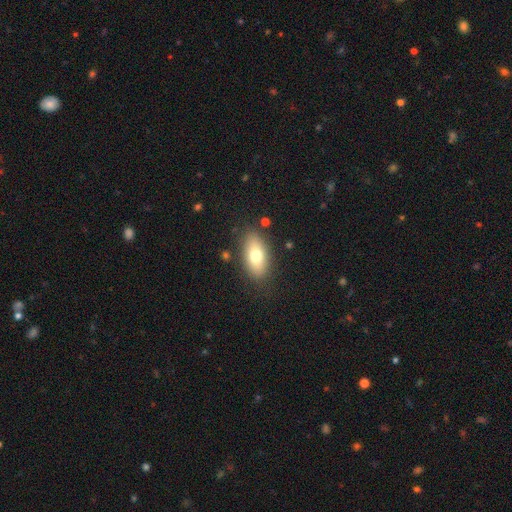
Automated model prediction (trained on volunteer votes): Smooth or featured?
  - smooth: 73% *
  - featured or disk: 20%
  - star or artifact: 8%
How rounded?
  - in between: 88% *
  - cigar-shaped: 7%
  - round: 5%
Merging?
  - none: 83% *
  - minor disturbance: 11%
  - major disturbance: 3%
  - merger: 2%